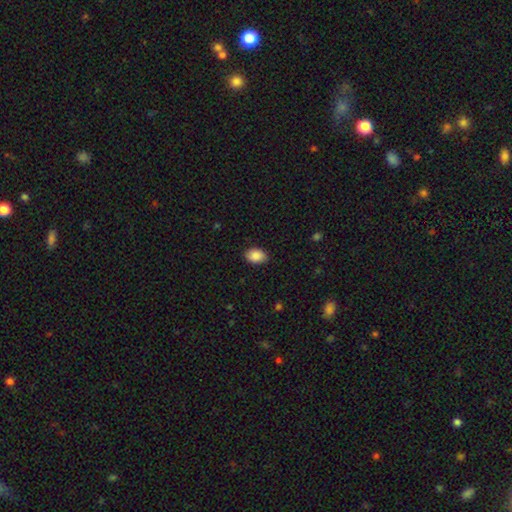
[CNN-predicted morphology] A smooth galaxy with no disk features (89%) that is in between round and cigar-shaped (84%). Merging: none (85%).